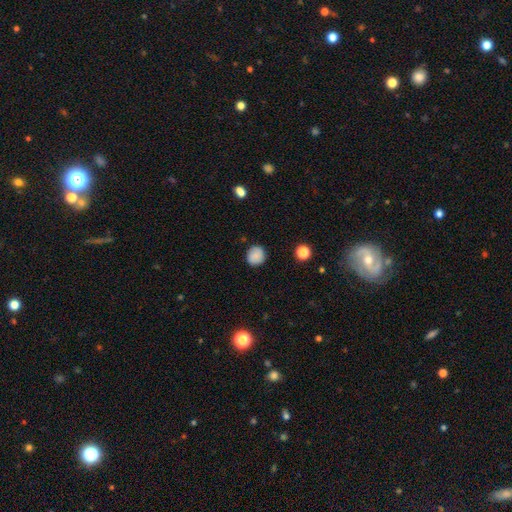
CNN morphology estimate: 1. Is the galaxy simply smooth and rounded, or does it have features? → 85% smooth, 9% star or artifact, 6% featured or disk.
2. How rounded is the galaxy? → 87% round, 12% in between, 1% cigar-shaped.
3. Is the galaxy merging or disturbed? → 85% none, 11% minor disturbance, 3% major disturbance, 1% merger.